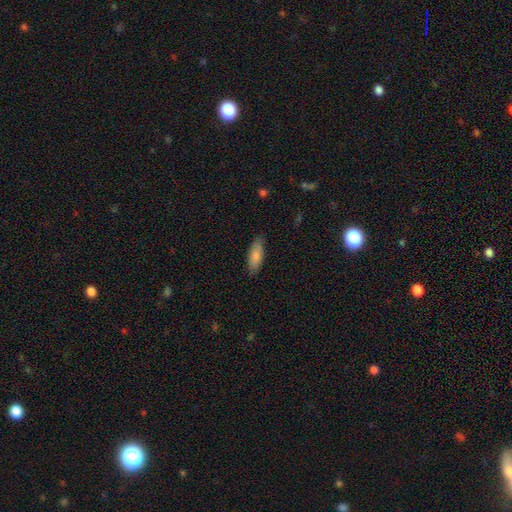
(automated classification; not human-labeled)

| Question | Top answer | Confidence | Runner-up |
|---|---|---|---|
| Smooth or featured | smooth | 82% | featured or disk (12%) |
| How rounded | in between | 72% | cigar-shaped (26%) |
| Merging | none | 84% | minor disturbance (13%) |